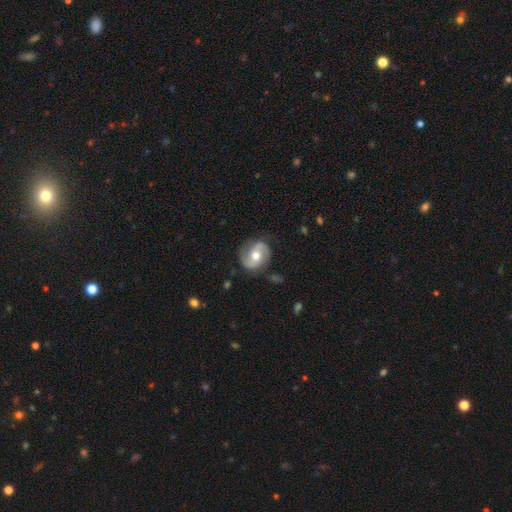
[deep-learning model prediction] featured or disk 73%, smooth 21%, star or artifact 6%. Down the decision tree: edge-on disk — no (97%); bar — no (55%); spiral arms — yes (90%); spiral arm count — 2 (88%); spiral winding — medium (44%); bulge size — moderate (76%); merging — none (78%).